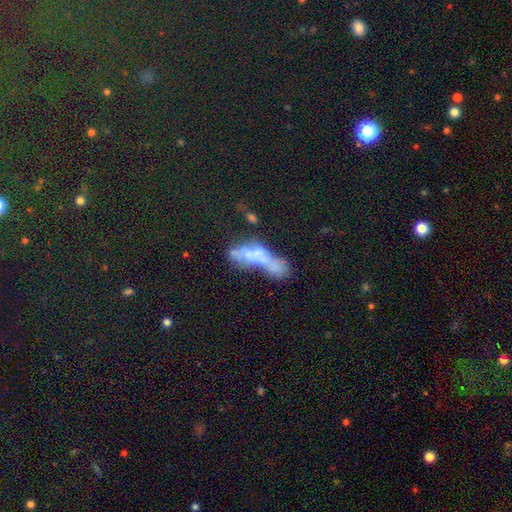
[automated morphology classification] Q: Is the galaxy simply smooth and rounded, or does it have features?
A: featured or disk — 43%.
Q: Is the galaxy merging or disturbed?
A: merger — 52%.